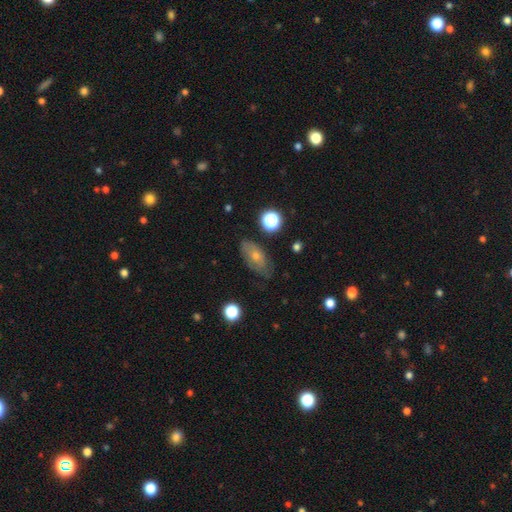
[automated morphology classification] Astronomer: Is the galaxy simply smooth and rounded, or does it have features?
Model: smooth — 59%.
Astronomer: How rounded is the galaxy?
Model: in between — 87%.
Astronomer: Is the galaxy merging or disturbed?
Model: none — 65%.